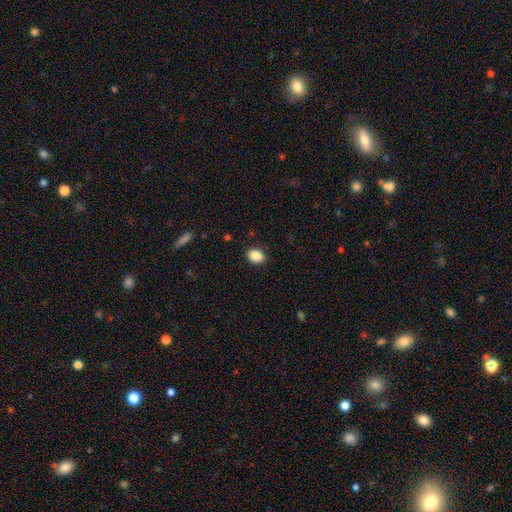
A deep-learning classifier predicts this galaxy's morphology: Smooth or featured?
  - smooth: 88% *
  - star or artifact: 8%
  - featured or disk: 4%
How rounded?
  - in between: 74% *
  - round: 25%
  - cigar-shaped: 1%
Merging?
  - none: 89% *
  - minor disturbance: 8%
  - major disturbance: 2%
  - merger: 1%